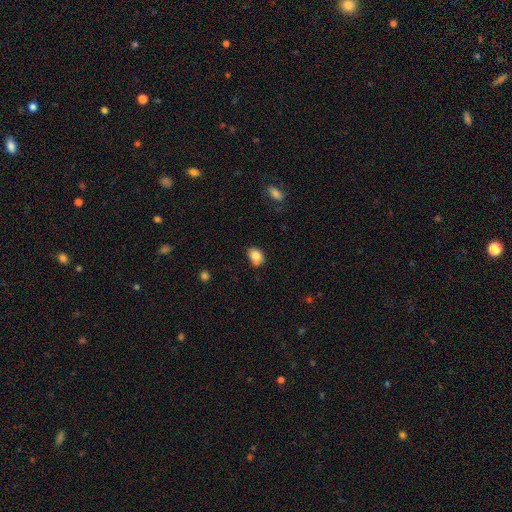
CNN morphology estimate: A smooth galaxy with no disk features (82%) that is in between round and cigar-shaped (65%).

Vote fractions:
- Smooth or featured? smooth: 82% / star or artifact: 9% / featured or disk: 8%
- How rounded? in between: 65% / round: 33% / cigar-shaped: 1%
- Merging? none: 73% / minor disturbance: 21% / major disturbance: 4% / merger: 3%